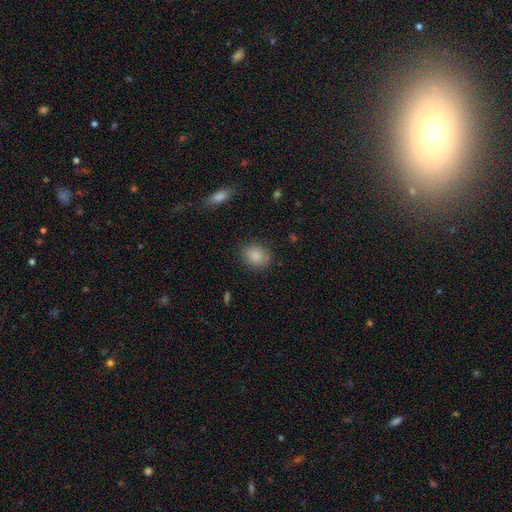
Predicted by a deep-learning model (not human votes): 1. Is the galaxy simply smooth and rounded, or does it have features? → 87% smooth, 8% star or artifact, 4% featured or disk.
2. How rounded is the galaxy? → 59% round, 40% in between, 1% cigar-shaped.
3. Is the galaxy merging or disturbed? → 86% none, 9% minor disturbance, 3% major disturbance, 1% merger.